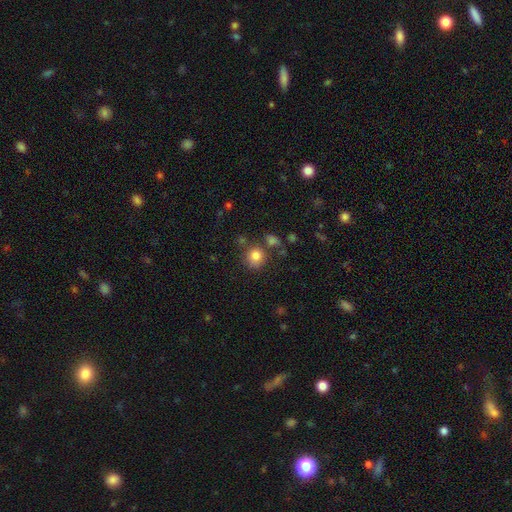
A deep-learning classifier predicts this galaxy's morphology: This appears to be a smooth galaxy with no disk features (82%) that is round (88%). Merging: none (72%).